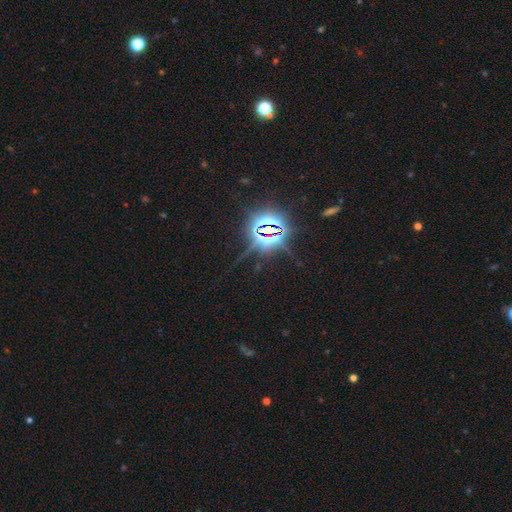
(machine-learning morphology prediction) This appears to be a star or artifact, not a galaxy (85%).